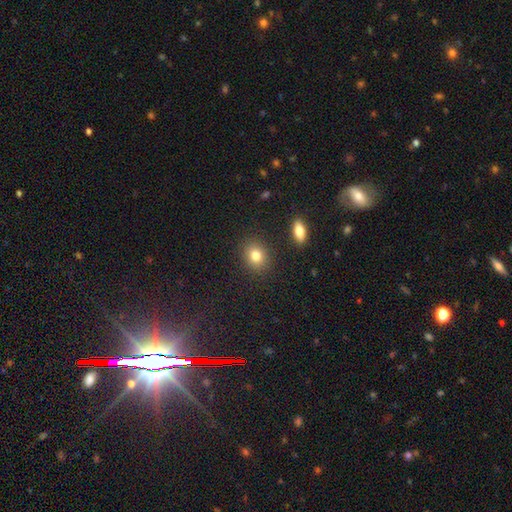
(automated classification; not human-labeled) A smooth galaxy with no disk features (82%) that is round (59%). Merging: none (87%).